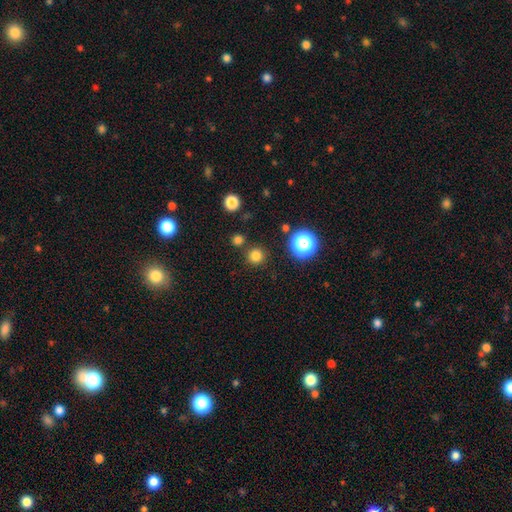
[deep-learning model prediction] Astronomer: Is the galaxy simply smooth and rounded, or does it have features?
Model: smooth — 78%.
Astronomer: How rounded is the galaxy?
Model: round — 95%.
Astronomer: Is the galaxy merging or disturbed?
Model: none — 86%.